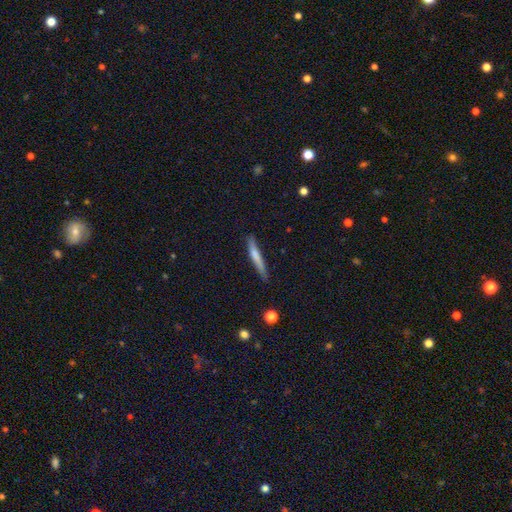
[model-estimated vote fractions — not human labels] smooth-or-featured: smooth: 67% | featured or disk: 27% | star or artifact: 6%
  how-rounded: cigar-shaped: 94% | in between: 5% | round: 1%
  merging: none: 77% | minor disturbance: 18% | major disturbance: 3% | merger: 2%